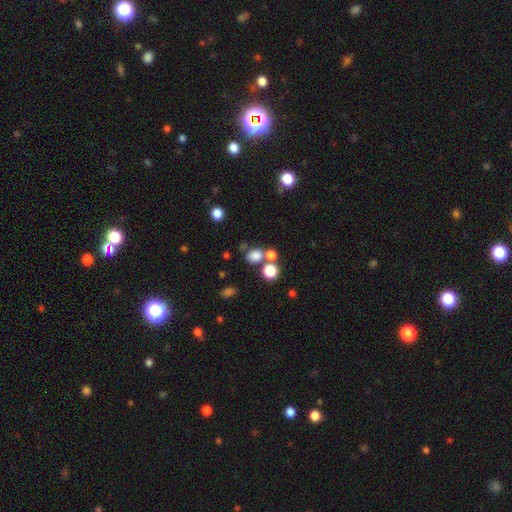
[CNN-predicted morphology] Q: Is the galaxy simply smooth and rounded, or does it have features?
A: smooth — 75%.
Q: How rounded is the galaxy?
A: round — 58%.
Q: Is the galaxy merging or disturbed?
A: none — 55%.